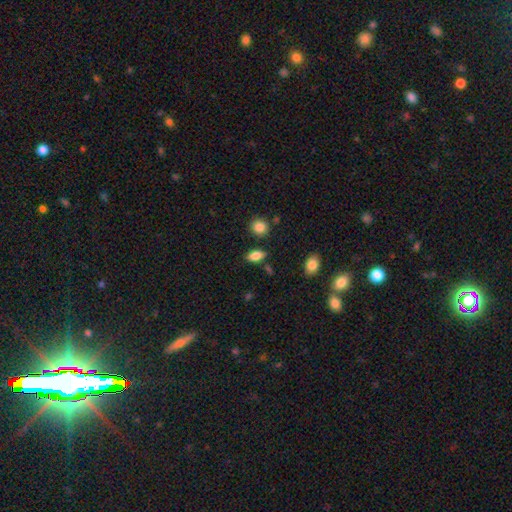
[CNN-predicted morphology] Q: Smooth or featured?
A: smooth (84%); runner-up: star or artifact (8%)
Q: How rounded?
A: in between (87%); runner-up: round (7%)
Q: Merging?
A: none (80%); runner-up: minor disturbance (12%)